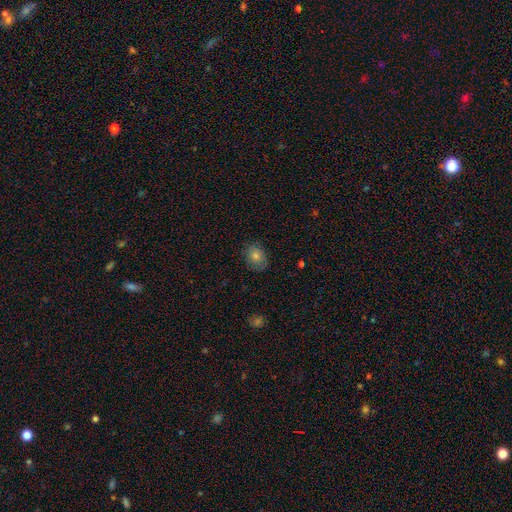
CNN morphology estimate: smooth-or-featured: smooth: 70% | featured or disk: 15% | star or artifact: 15%
  how-rounded: round: 57% | in between: 42% | cigar-shaped: 1%
  merging: none: 83% | minor disturbance: 13% | major disturbance: 3% | merger: 1%